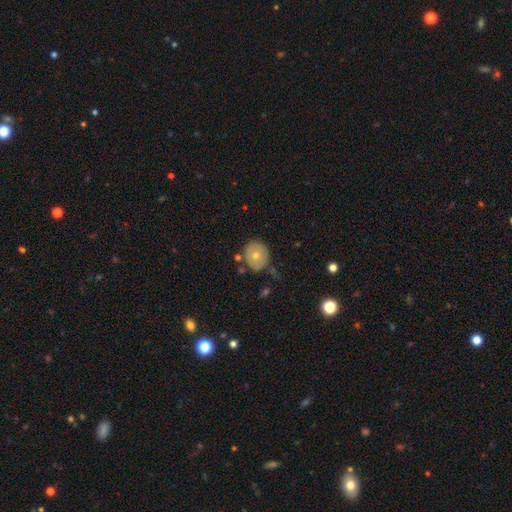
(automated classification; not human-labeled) Q: Smooth or featured?
A: smooth (65%); runner-up: featured or disk (27%)
Q: How rounded?
A: round (68%); runner-up: in between (31%)
Q: Merging?
A: none (74%); runner-up: minor disturbance (16%)